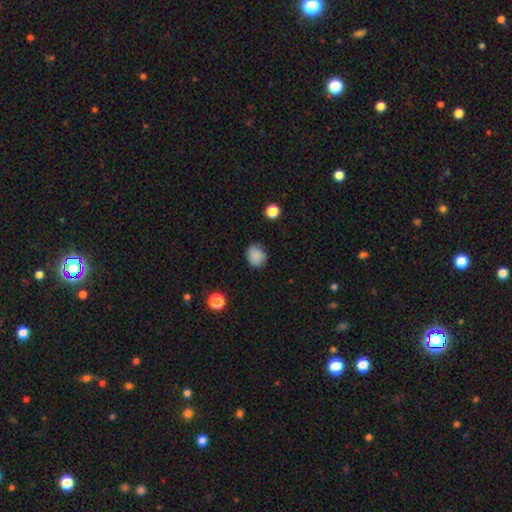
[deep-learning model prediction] Morphology: type=smooth (87%); roundness=round (56%); merging=none (83%).